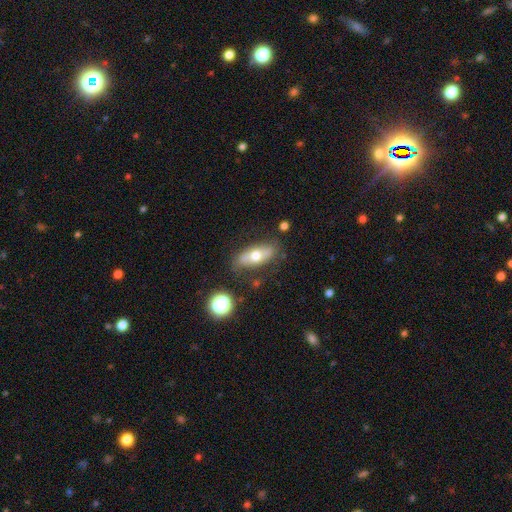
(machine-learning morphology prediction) Smooth or featured: smooth — 54% (featured or disk — 38%)
How rounded: in between — 73% (cigar-shaped — 22%)
Merging: none — 74% (minor disturbance — 17%)